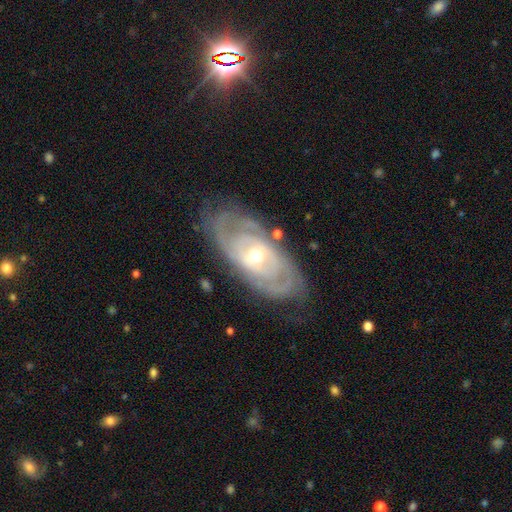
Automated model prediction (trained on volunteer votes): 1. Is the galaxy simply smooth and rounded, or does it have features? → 85% featured or disk, 10% smooth, 5% star or artifact.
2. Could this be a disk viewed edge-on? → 92% no, 8% yes.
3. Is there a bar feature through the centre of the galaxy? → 63% no, 28% weak, 10% strong.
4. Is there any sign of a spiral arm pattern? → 90% yes, 10% no.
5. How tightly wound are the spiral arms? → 76% tight, 19% medium, 5% loose.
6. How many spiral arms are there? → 41% can't tell, 32% 2, 13% 3, 6% 4, 4% 1, 4% more than 4.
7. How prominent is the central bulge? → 51% moderate, 45% small, 2% large, 1% none, 1% dominant.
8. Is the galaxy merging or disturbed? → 76% none, 16% minor disturbance, 6% major disturbance, 2% merger.